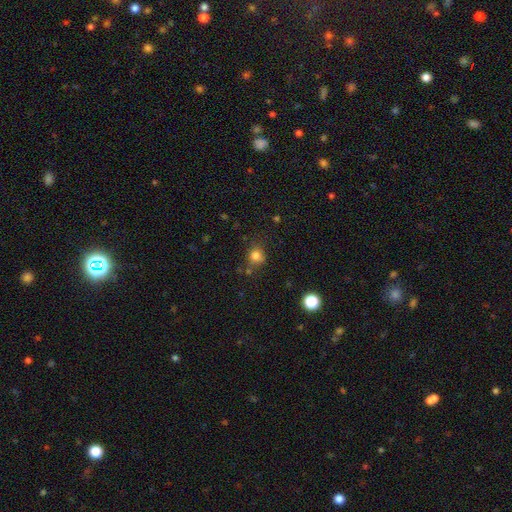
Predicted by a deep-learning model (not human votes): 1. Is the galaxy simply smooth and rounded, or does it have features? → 80% smooth, 14% star or artifact, 6% featured or disk.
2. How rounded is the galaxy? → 81% round, 18% in between, 1% cigar-shaped.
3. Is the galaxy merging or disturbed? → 69% none, 18% minor disturbance, 8% merger, 6% major disturbance.